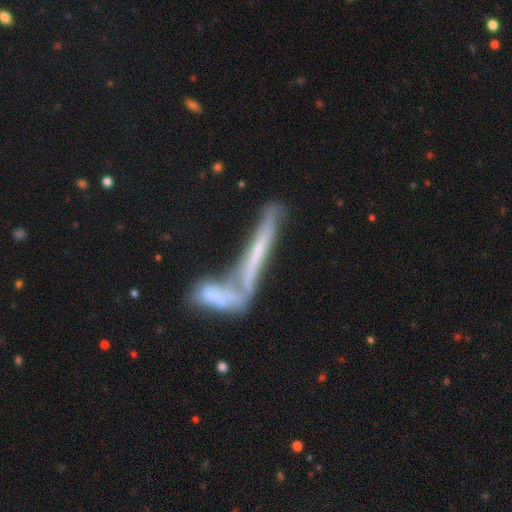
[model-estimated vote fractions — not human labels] The model was most divided on "merging": merger: 49%, none: 35%, minor disturbance: 10%, major disturbance: 6%. More confident: edge-on disk — yes (78%); smooth or featured — featured or disk (57%).